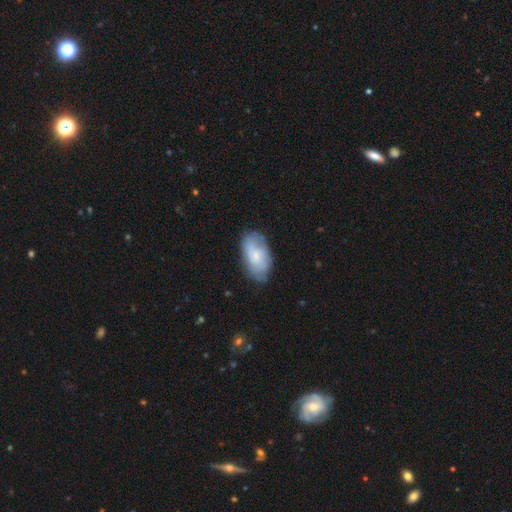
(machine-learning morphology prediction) A smooth galaxy with no disk features (60%) that is in between round and cigar-shaped (94%). Merging: none (71%).